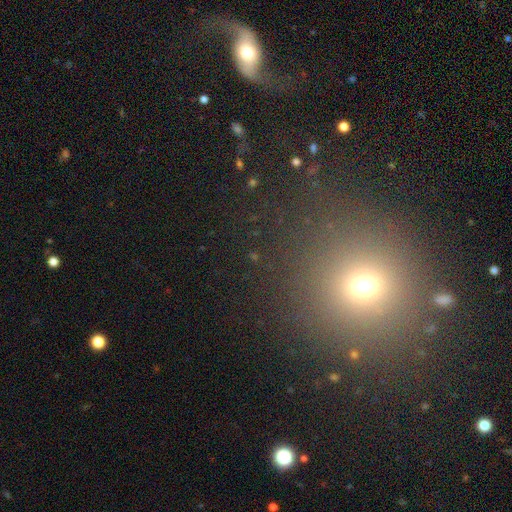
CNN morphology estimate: smooth-or-featured: smooth: 47% | star or artifact: 44% | featured or disk: 9%
  merging: none: 84% | minor disturbance: 7% | major disturbance: 5% | merger: 4%